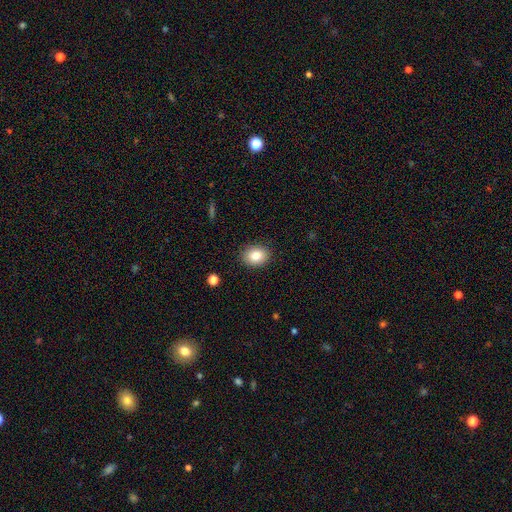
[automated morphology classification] smooth_or_featured: smooth (p=0.83) [alt: star or artifact p=0.09]
how_rounded: round (p=0.50) [tied with: in between p=0.50]
merging: none (p=0.89) [alt: minor disturbance p=0.08]